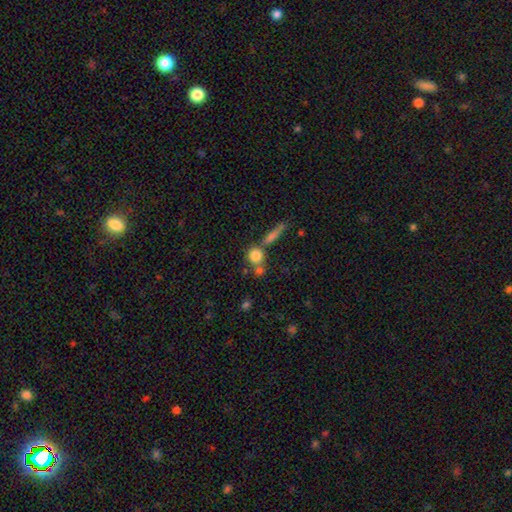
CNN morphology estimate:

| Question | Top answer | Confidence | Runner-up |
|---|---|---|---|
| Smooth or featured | smooth | 78% | featured or disk (11%) |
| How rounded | round | 83% | in between (13%) |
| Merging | none | 55% | merger (31%) |